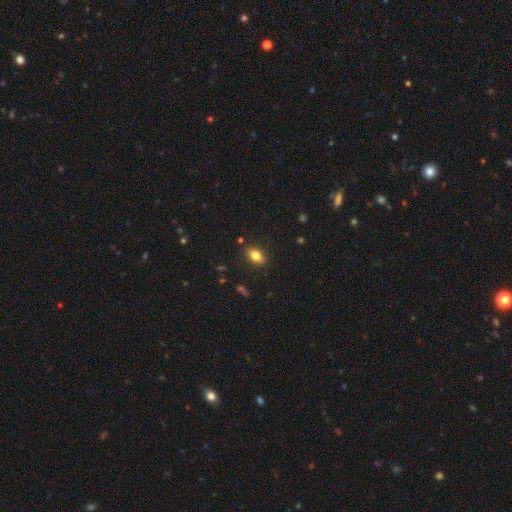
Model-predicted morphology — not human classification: The model was most divided on "how rounded": in between: 84%, round: 14%, cigar-shaped: 2%. More confident: merging — none (87%); smooth or featured — smooth (81%).